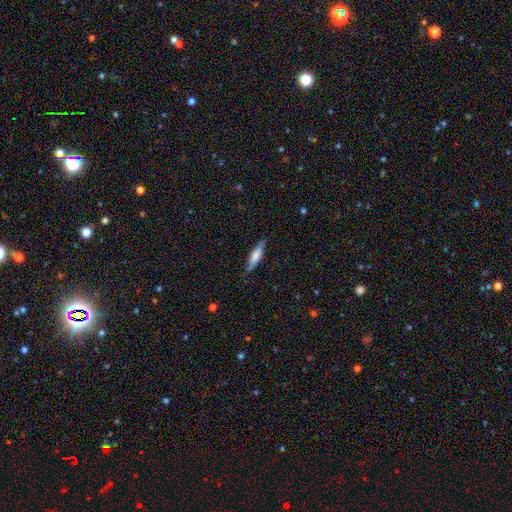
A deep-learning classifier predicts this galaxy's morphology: Q: Smooth or featured?
A: smooth (72%); runner-up: featured or disk (23%)
Q: How rounded?
A: cigar-shaped (78%); runner-up: in between (20%)
Q: Merging?
A: none (84%); runner-up: minor disturbance (12%)